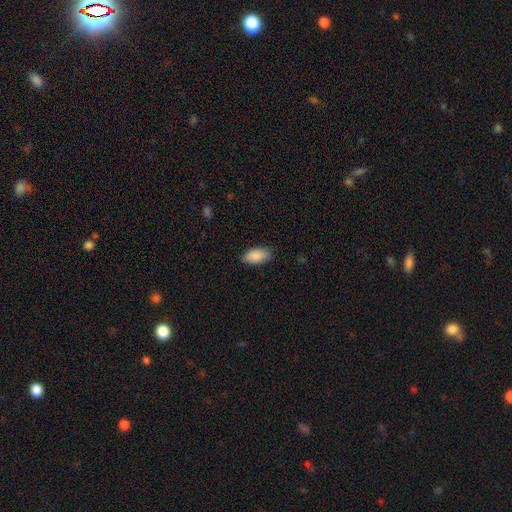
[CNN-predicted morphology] This is clearly a smooth galaxy (89%). How rounded: clearly in between (94%). Merging: clearly none (84%).